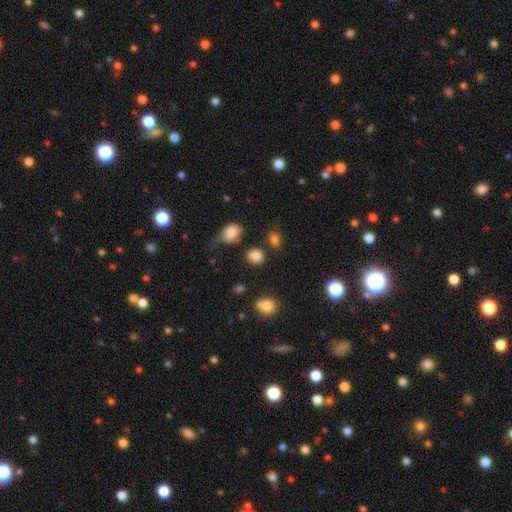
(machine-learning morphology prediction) type=smooth (83%); roundness=round (71%); merging=none (76%).